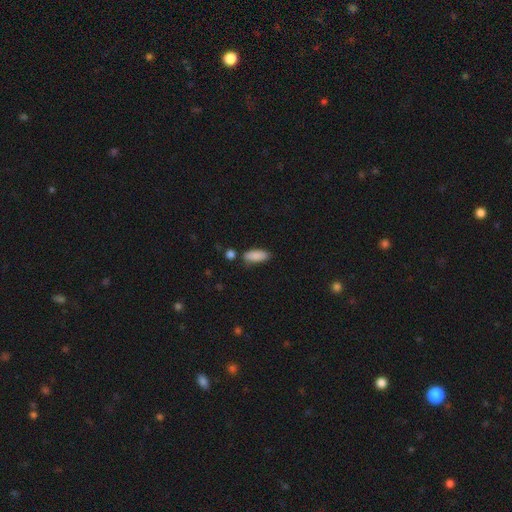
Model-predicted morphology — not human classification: Smooth or featured? smooth (88%)
How rounded? in between (75%)
Merging? none (74%)